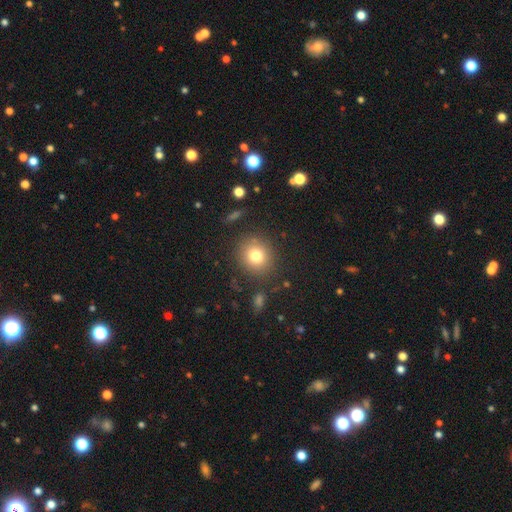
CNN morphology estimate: This is likely a smooth galaxy (77%). How rounded: clearly round (86%). Merging: clearly none (85%).